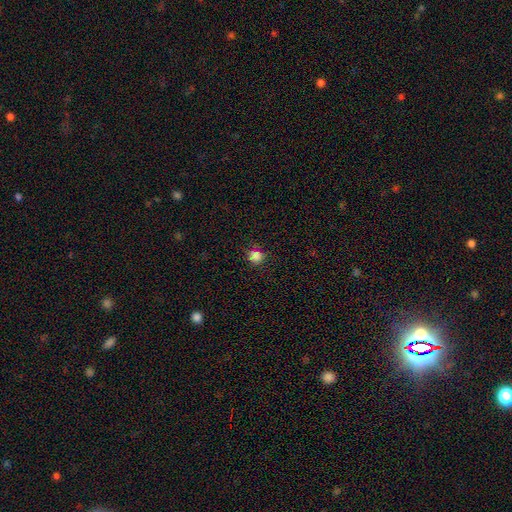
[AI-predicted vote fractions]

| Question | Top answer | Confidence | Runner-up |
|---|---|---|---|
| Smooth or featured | smooth | 72% | star or artifact (24%) |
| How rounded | round | 87% | in between (12%) |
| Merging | none | 86% | minor disturbance (9%) |